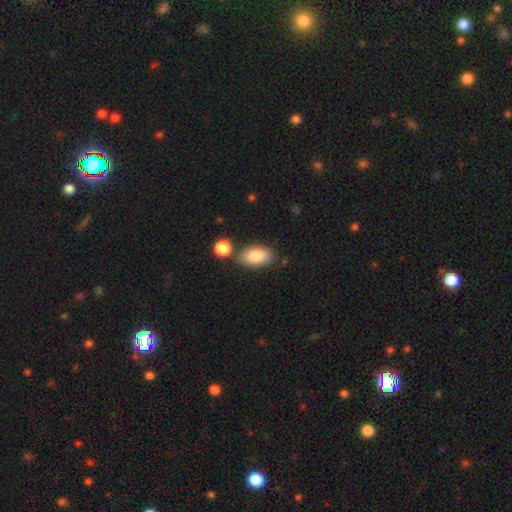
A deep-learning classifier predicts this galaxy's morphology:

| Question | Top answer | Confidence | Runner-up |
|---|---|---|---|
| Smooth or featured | smooth | 86% | featured or disk (8%) |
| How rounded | in between | 93% | round (4%) |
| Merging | none | 69% | merger (14%) |